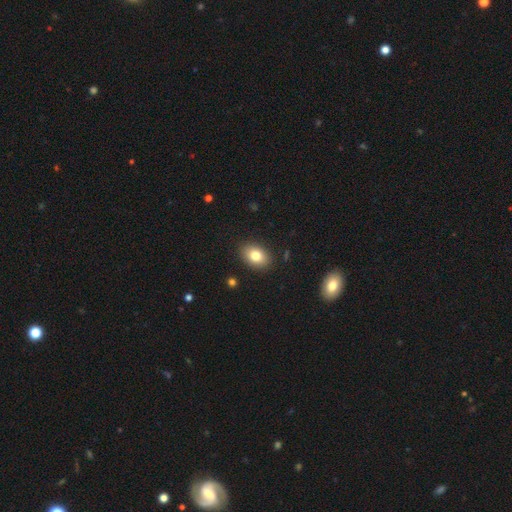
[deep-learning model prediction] A smooth galaxy with no disk features (81%) that is in between round and cigar-shaped (81%).

Vote fractions:
- Smooth or featured? smooth: 81% / featured or disk: 11% / star or artifact: 9%
- How rounded? in between: 81% / round: 18% / cigar-shaped: 1%
- Merging? none: 88% / minor disturbance: 8% / major disturbance: 2% / merger: 1%